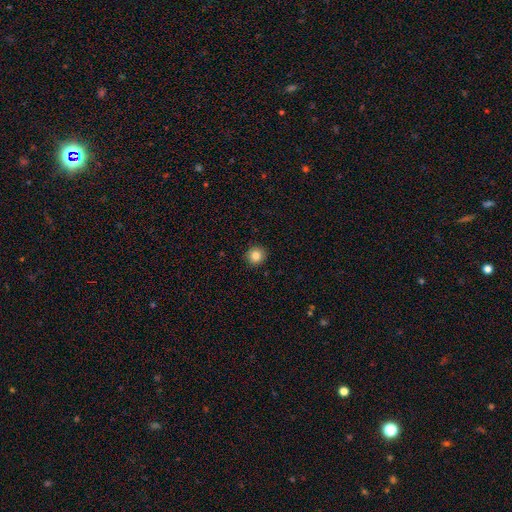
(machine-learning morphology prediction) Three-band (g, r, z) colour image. It shows a smooth galaxy with no disk features (84%) that is round (92%). Merging: none (92%).